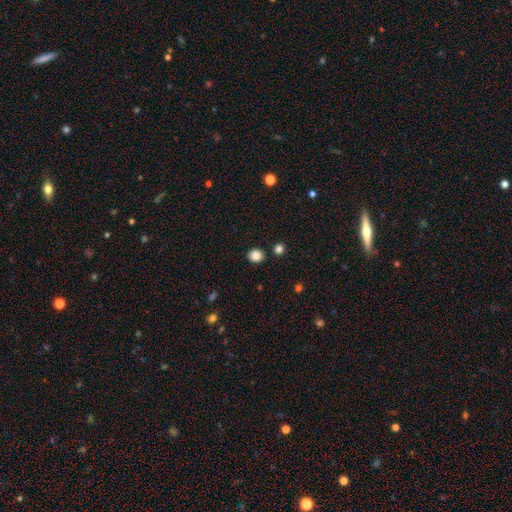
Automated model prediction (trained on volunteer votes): smooth_or_featured: smooth (p=0.86) [alt: star or artifact p=0.11]
how_rounded: round (p=0.76) [alt: in between p=0.23]
merging: none (p=0.86) [alt: minor disturbance p=0.07]